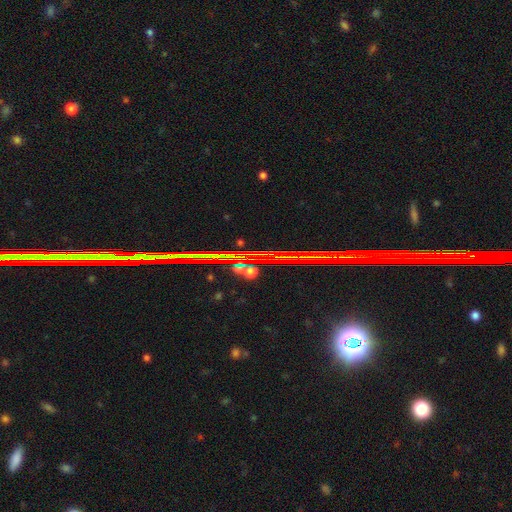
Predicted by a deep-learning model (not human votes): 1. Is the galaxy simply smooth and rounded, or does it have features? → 79% star or artifact, 13% featured or disk, 8% smooth.